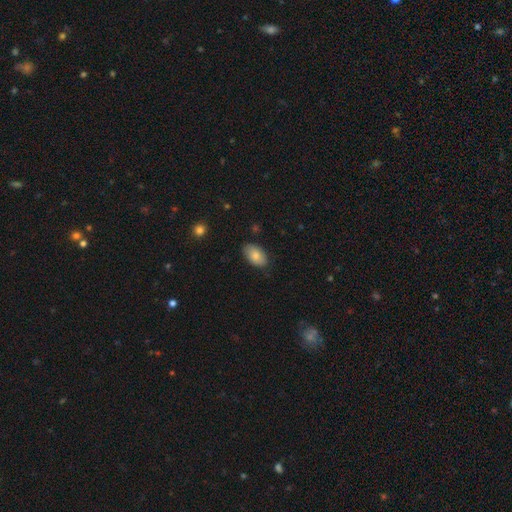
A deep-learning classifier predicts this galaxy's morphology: This appears to be a smooth galaxy with no disk features (79%) that is in between round and cigar-shaped (93%). Merging: none (81%).